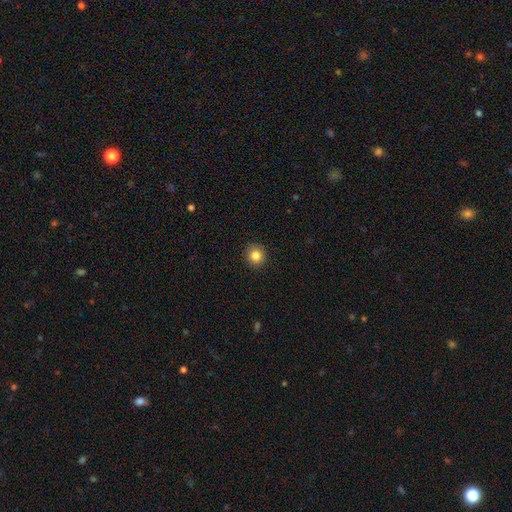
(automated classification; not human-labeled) Smooth or featured?
  - smooth: 83% *
  - star or artifact: 11%
  - featured or disk: 6%
How rounded?
  - round: 91% *
  - in between: 8%
  - cigar-shaped: 1%
Merging?
  - none: 91% *
  - minor disturbance: 6%
  - major disturbance: 2%
  - merger: 1%